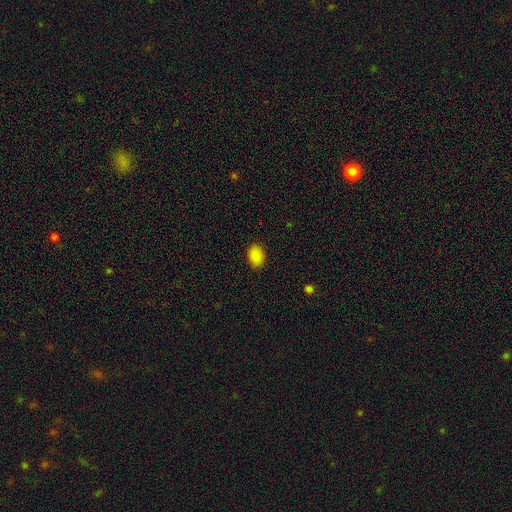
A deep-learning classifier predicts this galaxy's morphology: A smooth galaxy with no disk features (87%) that is in between round and cigar-shaped (80%). Merging: none (87%).